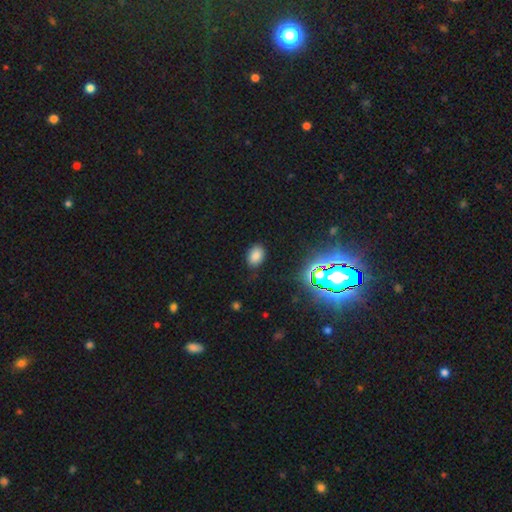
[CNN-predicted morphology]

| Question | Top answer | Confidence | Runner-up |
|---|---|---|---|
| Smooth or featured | smooth | 78% | star or artifact (17%) |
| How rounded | in between | 78% | round (21%) |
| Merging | none | 80% | minor disturbance (14%) |